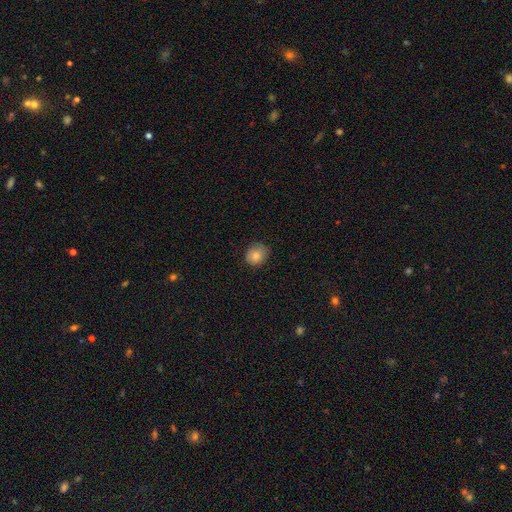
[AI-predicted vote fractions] smooth_or_featured: smooth (p=0.84) [alt: star or artifact p=0.09]
how_rounded: round (p=0.74) [alt: in between p=0.25]
merging: none (p=0.79) [alt: minor disturbance p=0.17]